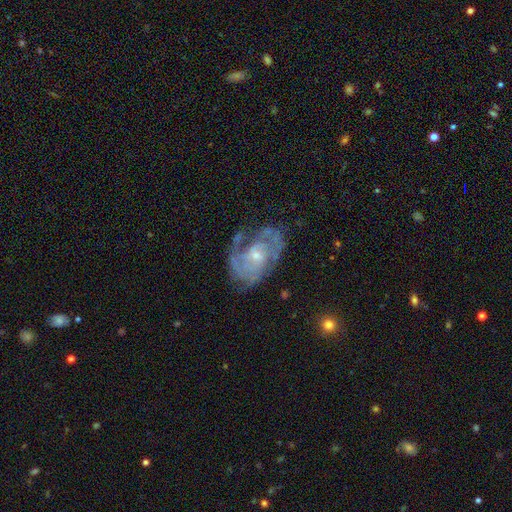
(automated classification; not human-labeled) Smooth or featured?
  - featured or disk: 83% *
  - smooth: 10%
  - star or artifact: 7%
Edge-on disk?
  - no: 97% *
  - yes: 3%
Bar?
  - no: 58% *
  - weak: 36%
  - strong: 6%
Spiral arms?
  - yes: 89% *
  - no: 11%
Spiral winding?
  - tight: 51% *
  - medium: 38%
  - loose: 12%
Spiral arm count?
  - can't tell: 35% *
  - 2: 32%
  - 3: 17%
  - 4: 6%
  - 1: 6%
  - more than 4: 4%
Bulge size?
  - small: 57% *
  - moderate: 37%
  - none: 3%
  - large: 2%
  - dominant: 1%
Merging?
  - none: 60% *
  - minor disturbance: 22%
  - major disturbance: 15%
  - merger: 3%